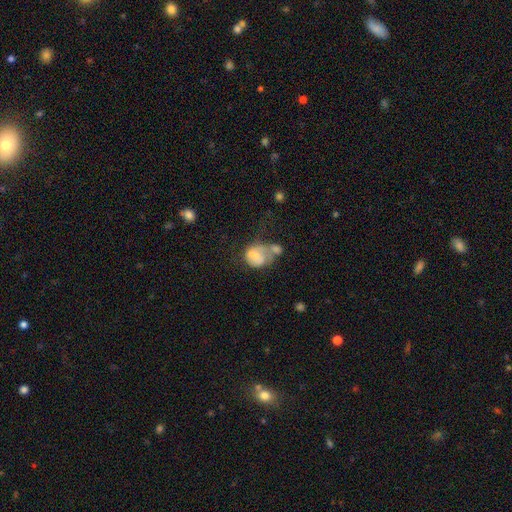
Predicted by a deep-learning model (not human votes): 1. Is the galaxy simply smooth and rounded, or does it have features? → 57% smooth, 33% featured or disk, 9% star or artifact.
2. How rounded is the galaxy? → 52% in between, 47% round, 1% cigar-shaped.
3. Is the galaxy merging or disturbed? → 47% merger, 20% major disturbance, 17% none, 16% minor disturbance.